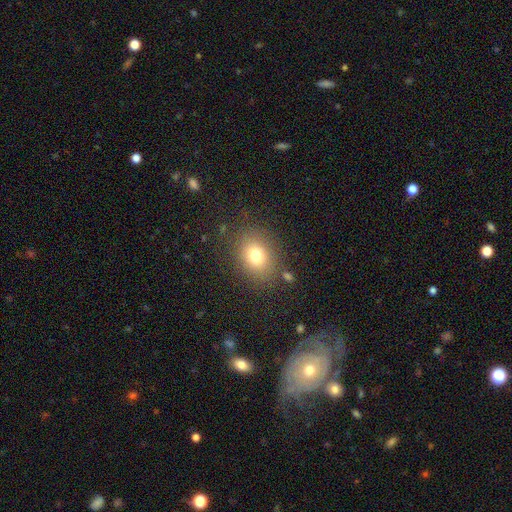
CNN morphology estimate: A smooth galaxy with no disk features (76%) that is in between round and cigar-shaped (50%).

Vote fractions:
- Smooth or featured? smooth: 76% / star or artifact: 13% / featured or disk: 11%
- How rounded? in between: 50% / round: 49% / cigar-shaped: 1%
- Merging? none: 81% / minor disturbance: 11% / major disturbance: 5% / merger: 3%